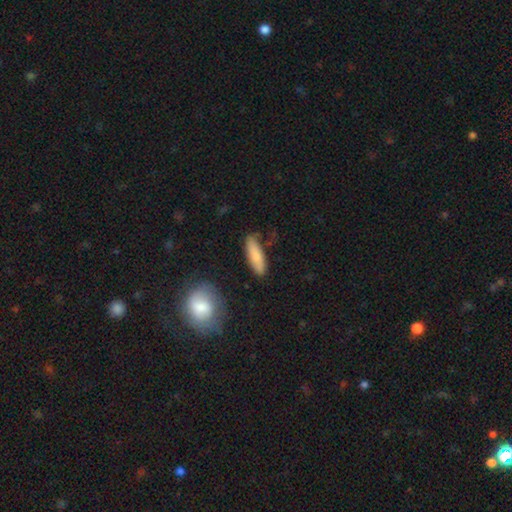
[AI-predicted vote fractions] Morphology: type=smooth (81%); roundness=cigar-shaped (54%); merging=none (80%).